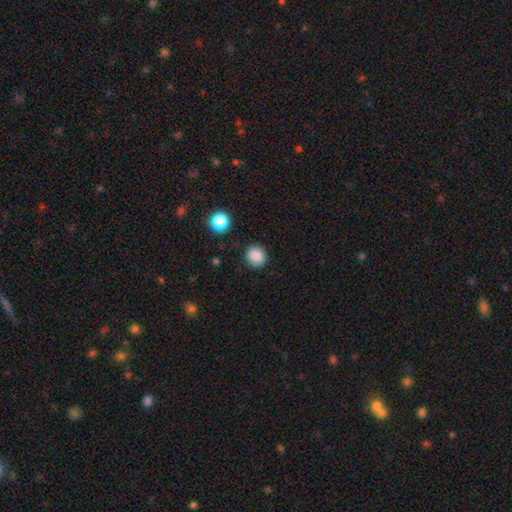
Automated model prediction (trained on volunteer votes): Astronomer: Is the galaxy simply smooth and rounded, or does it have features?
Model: smooth — 86%.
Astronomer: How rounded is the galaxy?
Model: round — 89%.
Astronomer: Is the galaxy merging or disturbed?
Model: none — 89%.